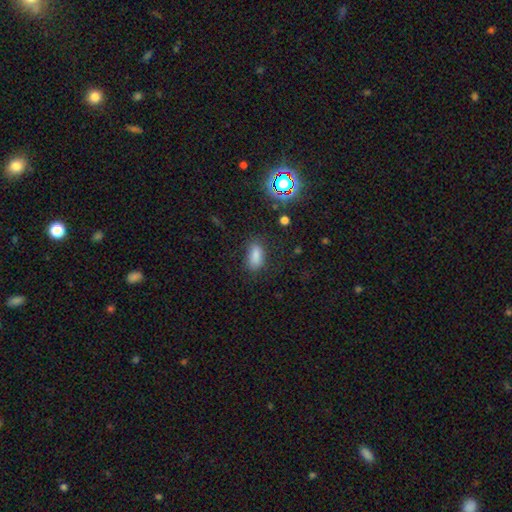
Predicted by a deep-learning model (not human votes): Smooth or featured? smooth (80%)
How rounded? in between (89%)
Merging? none (73%)